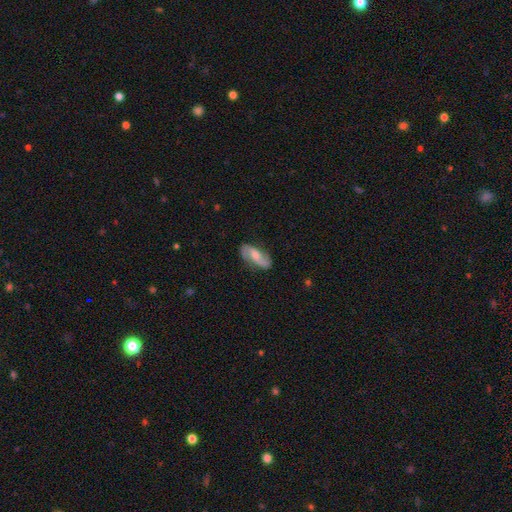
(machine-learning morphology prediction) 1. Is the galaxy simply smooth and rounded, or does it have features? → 62% featured or disk, 32% smooth, 6% star or artifact.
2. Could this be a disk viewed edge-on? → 92% no, 8% yes.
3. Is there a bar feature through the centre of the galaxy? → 43% no, 42% weak, 14% strong.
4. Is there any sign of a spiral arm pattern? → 91% yes, 9% no.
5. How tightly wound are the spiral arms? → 53% loose, 34% medium, 13% tight.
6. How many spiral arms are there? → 88% 2, 6% can't tell, 3% 1, 1% 3, 1% 4, 1% more than 4.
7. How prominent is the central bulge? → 49% moderate, 33% small, 9% none, 8% large, 1% dominant.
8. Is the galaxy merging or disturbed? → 76% none, 17% minor disturbance, 5% major disturbance, 2% merger.